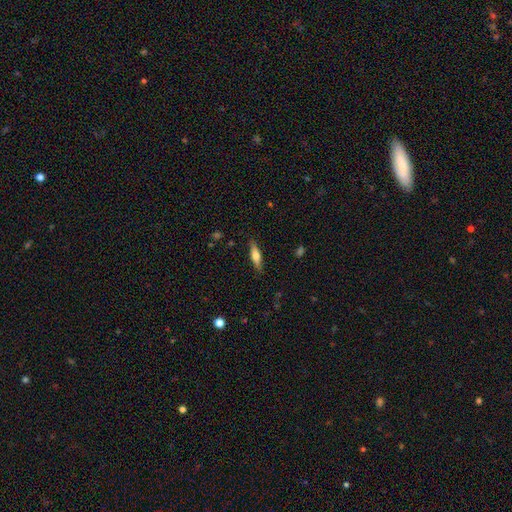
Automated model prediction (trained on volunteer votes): A smooth galaxy with no disk features (55%) that is cigar-shaped (66%).

Vote fractions:
- Smooth or featured? smooth: 55% / featured or disk: 39% / star or artifact: 6%
- How rounded? cigar-shaped: 66% / in between: 32% / round: 2%
- Merging? none: 85% / minor disturbance: 11% / major disturbance: 2% / merger: 1%